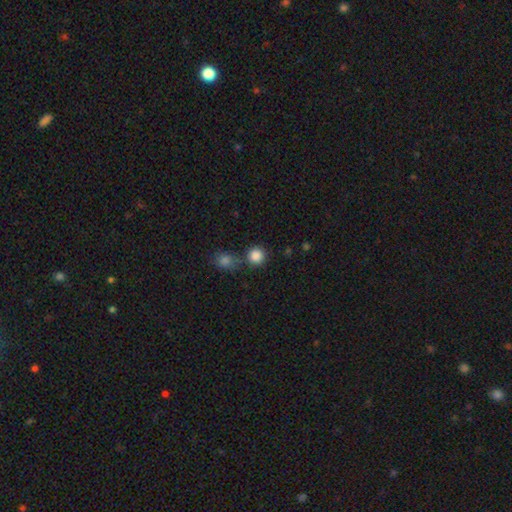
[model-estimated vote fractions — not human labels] A smooth galaxy with no disk features (86%) that is round (91%).

Vote fractions:
- Smooth or featured? smooth: 86% / star or artifact: 10% / featured or disk: 4%
- How rounded? round: 91% / in between: 8% / cigar-shaped: 1%
- Merging? none: 67% / merger: 20% / minor disturbance: 10% / major disturbance: 4%